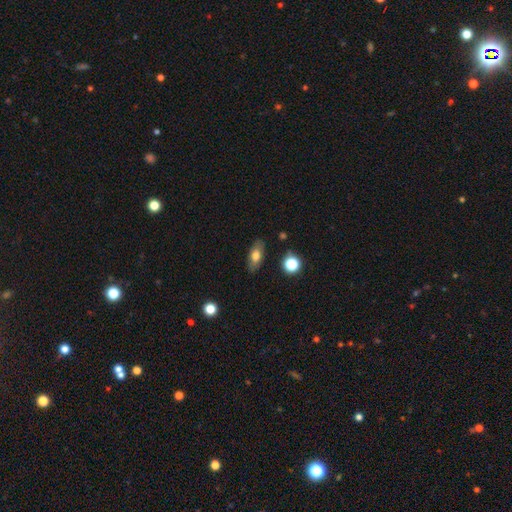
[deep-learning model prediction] smooth-or-featured: smooth: 71% | featured or disk: 20% | star or artifact: 8%
  how-rounded: in between: 81% | cigar-shaped: 13% | round: 6%
  merging: none: 85% | minor disturbance: 11% | major disturbance: 3% | merger: 2%